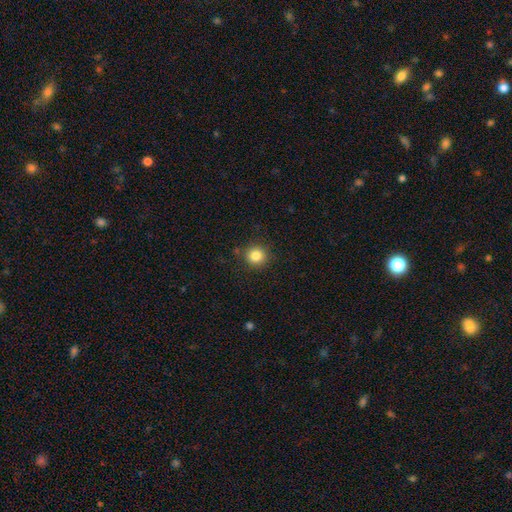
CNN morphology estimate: Overall: smooth (84%). How rounded: round (92%). Merging: none (88%).